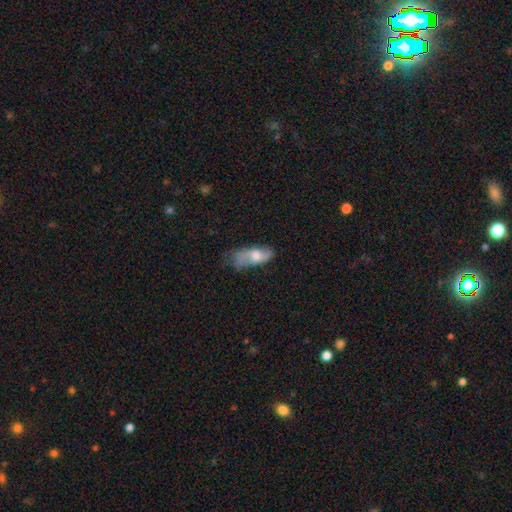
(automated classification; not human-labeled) The model was most divided on "merging": none: 38%, minor disturbance: 35%, major disturbance: 23%, merger: 4%. More confident: how rounded — in between (76%); smooth or featured — smooth (55%).